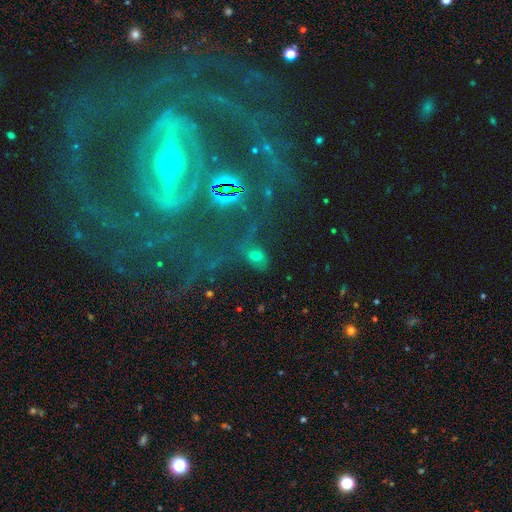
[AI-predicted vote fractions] Smooth or featured? smooth (47%)
Merging? none (55%)